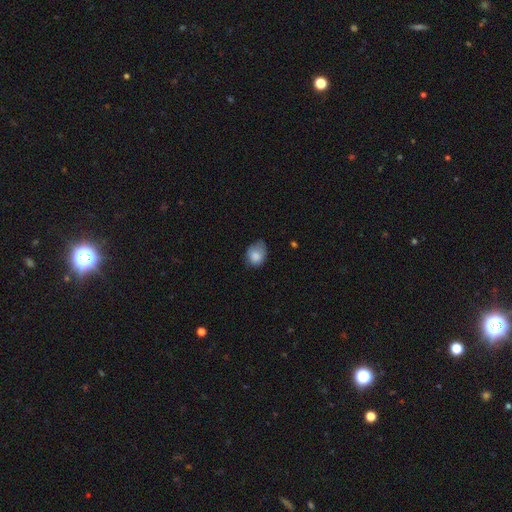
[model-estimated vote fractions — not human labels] This is clearly a smooth galaxy (82%). How rounded: possibly in between (56%). Merging: possibly none (45%).